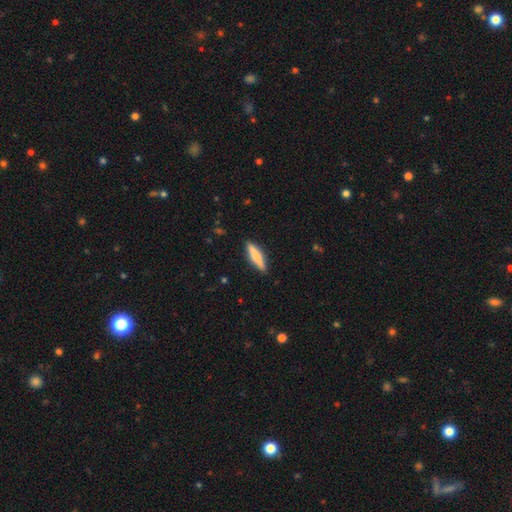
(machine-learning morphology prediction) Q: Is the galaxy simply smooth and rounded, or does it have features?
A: smooth — 66%.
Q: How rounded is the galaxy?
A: cigar-shaped — 78%.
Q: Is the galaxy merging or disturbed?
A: none — 88%.